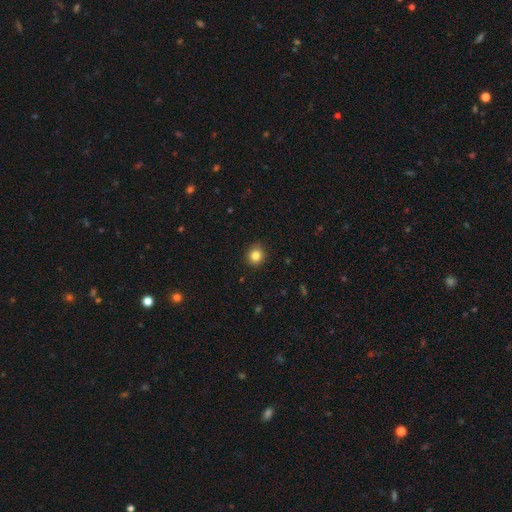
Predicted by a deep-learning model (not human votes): smooth-or-featured: smooth: 83% | star or artifact: 11% | featured or disk: 6%
  how-rounded: round: 86% | in between: 13% | cigar-shaped: 1%
  merging: none: 89% | minor disturbance: 8% | major disturbance: 2% | merger: 1%